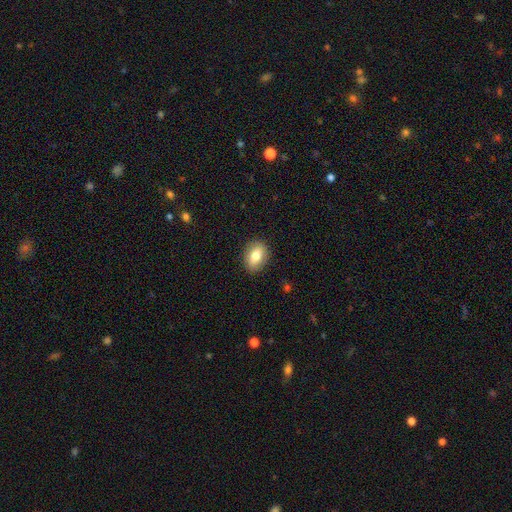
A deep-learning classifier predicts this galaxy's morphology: A smooth galaxy with no disk features (77%) that is in between round and cigar-shaped (74%).

Vote fractions:
- Smooth or featured? smooth: 77% / featured or disk: 15% / star or artifact: 8%
- How rounded? in between: 74% / round: 24% / cigar-shaped: 2%
- Merging? none: 88% / minor disturbance: 9% / major disturbance: 2% / merger: 1%